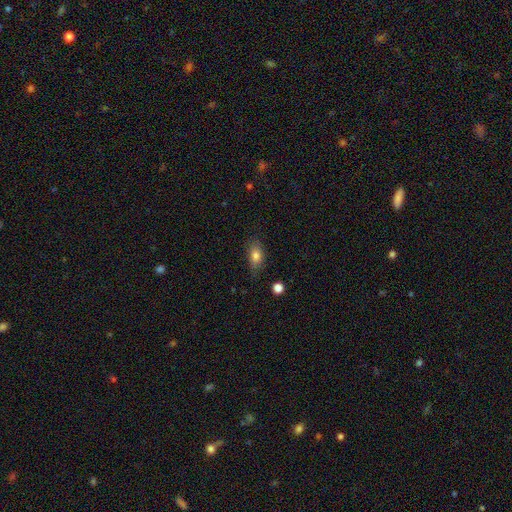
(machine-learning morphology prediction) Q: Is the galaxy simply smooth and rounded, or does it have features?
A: smooth — 79%.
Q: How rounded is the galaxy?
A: in between — 83%.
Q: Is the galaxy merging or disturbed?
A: none — 73%.